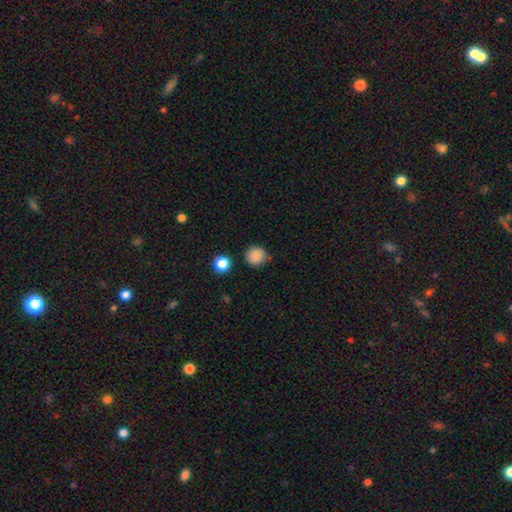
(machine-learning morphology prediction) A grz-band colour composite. It shows a smooth galaxy with no disk features (86%) that is round (92%). Merging: none (84%).